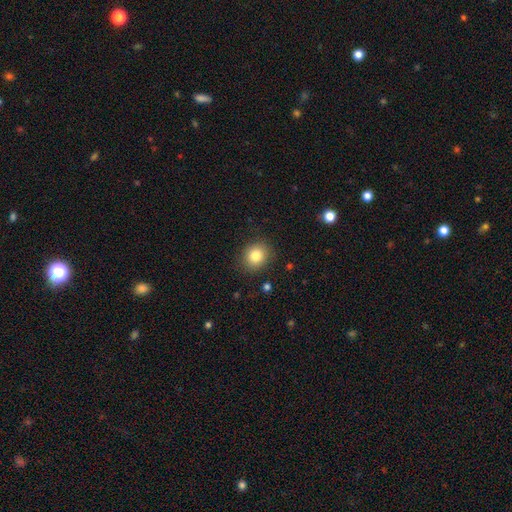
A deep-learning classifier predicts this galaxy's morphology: The model was most divided on "how rounded": round: 73%, in between: 26%, cigar-shaped: 1%. More confident: merging — none (87%); smooth or featured — smooth (82%).